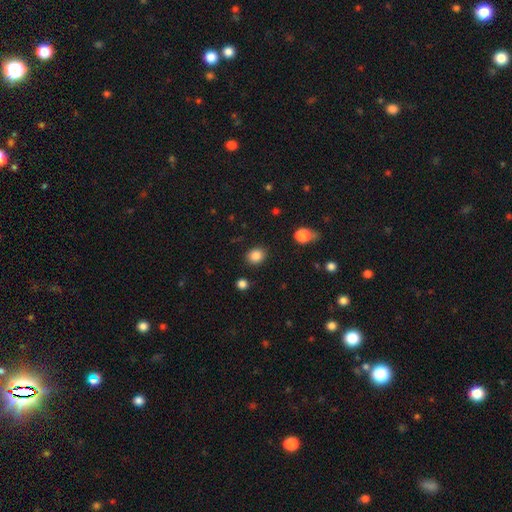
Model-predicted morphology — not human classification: smooth_or_featured: smooth (p=0.86) [alt: star or artifact p=0.10]
how_rounded: round (p=0.69) [alt: in between p=0.30]
merging: none (p=0.88) [alt: minor disturbance p=0.08]